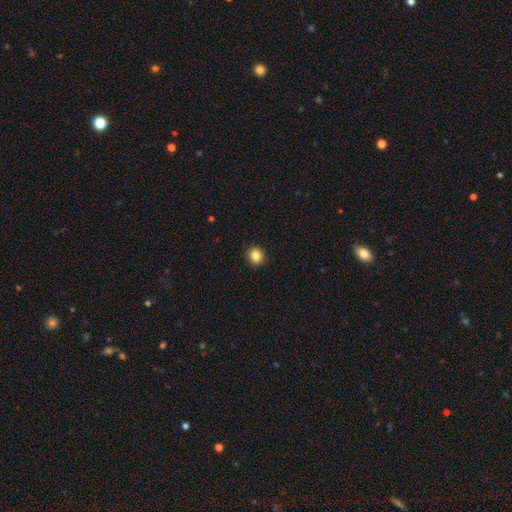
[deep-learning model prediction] Overall: smooth (85%). How rounded: round (88%). Merging: none (92%).